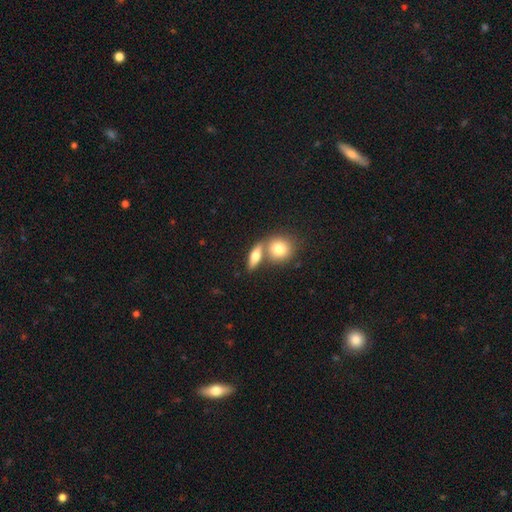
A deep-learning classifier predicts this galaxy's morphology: Smooth or featured? smooth (66%)
How rounded? in between (58%)
Merging? none (54%)